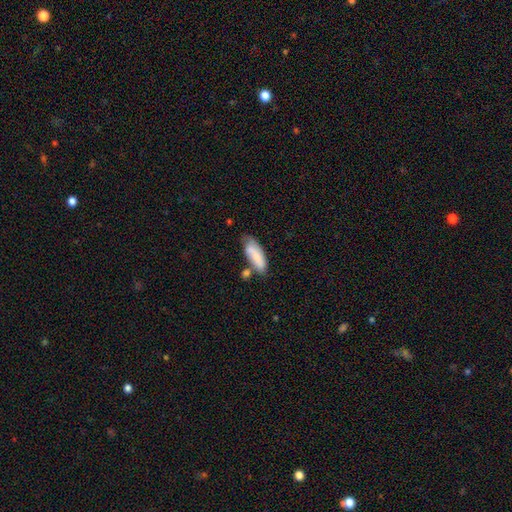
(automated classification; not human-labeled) This appears to be a smooth galaxy with no disk features (76%) that is in between round and cigar-shaped (66%). Merging: none (45%).